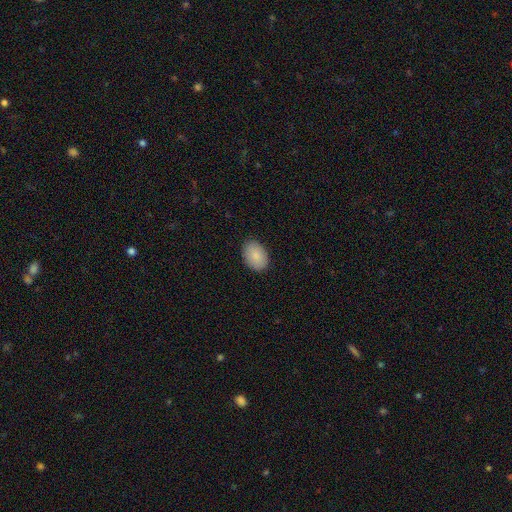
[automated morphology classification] The model was most divided on "how rounded": in between: 81%, round: 18%, cigar-shaped: 1%. More confident: merging — none (88%); smooth or featured — smooth (87%).